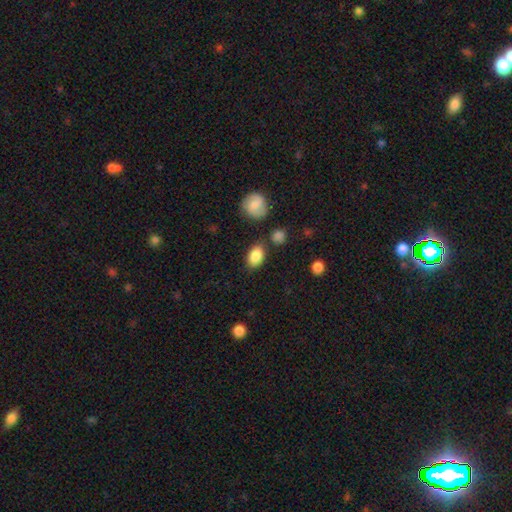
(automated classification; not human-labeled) Smooth or featured: smooth — 86% (star or artifact — 7%)
How rounded: in between — 85% (round — 13%)
Merging: none — 78% (minor disturbance — 13%)